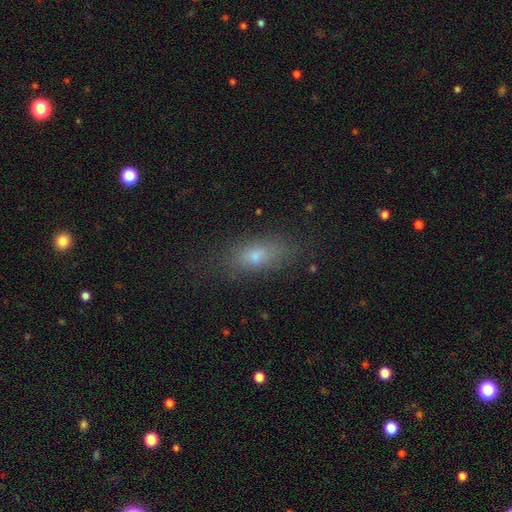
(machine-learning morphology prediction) Smooth or featured? smooth (70%)
How rounded? in between (73%)
Merging? none (78%)